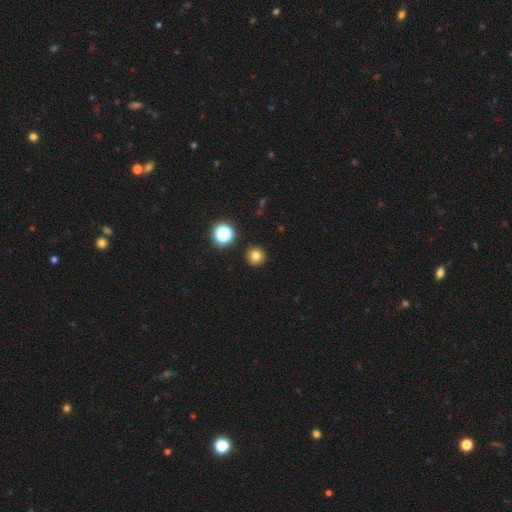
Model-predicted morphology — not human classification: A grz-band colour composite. It shows a smooth galaxy with no disk features (77%) that is round (95%). Merging: none (91%).